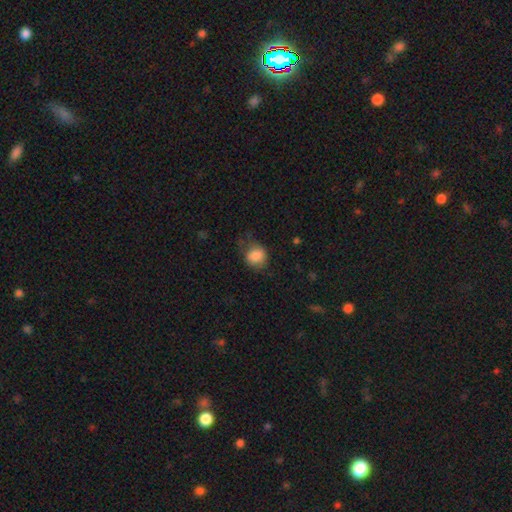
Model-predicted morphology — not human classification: smooth-or-featured: smooth: 84% | star or artifact: 9% | featured or disk: 7%
  how-rounded: round: 70% | in between: 29% | cigar-shaped: 1%
  merging: none: 60% | minor disturbance: 27% | major disturbance: 12% | merger: 2%